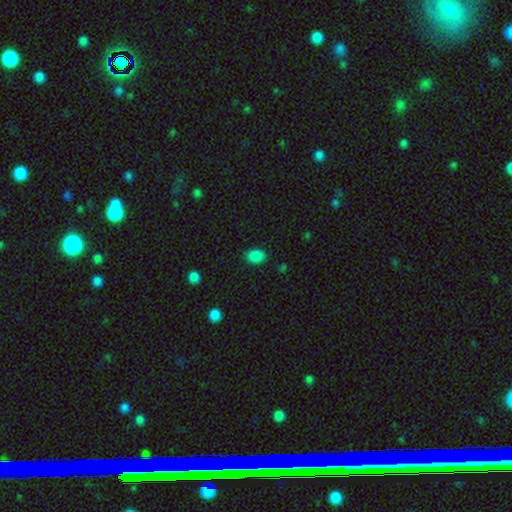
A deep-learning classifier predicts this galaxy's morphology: Smooth or featured: smooth — 86% (star or artifact — 11%)
How rounded: in between — 74% (round — 25%)
Merging: none — 84% (minor disturbance — 12%)